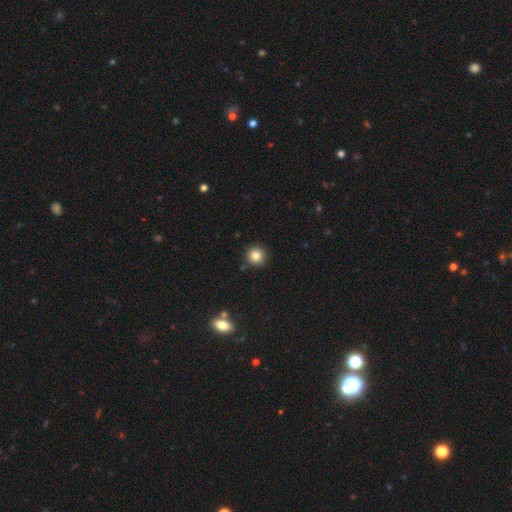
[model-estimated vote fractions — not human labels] smooth_or_featured: smooth (p=0.83) [alt: star or artifact p=0.11]
how_rounded: round (p=0.94) [alt: in between p=0.05]
merging: none (p=0.90) [alt: minor disturbance p=0.06]